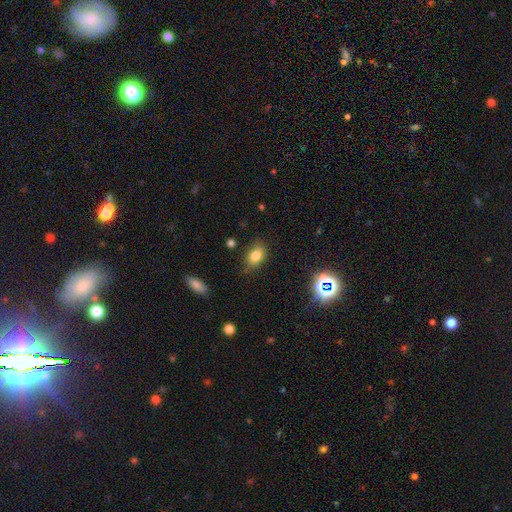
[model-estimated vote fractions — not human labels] smooth-or-featured: smooth: 79% | star or artifact: 12% | featured or disk: 9%
  how-rounded: in between: 82% | round: 16% | cigar-shaped: 2%
  merging: none: 78% | minor disturbance: 17% | major disturbance: 4% | merger: 2%